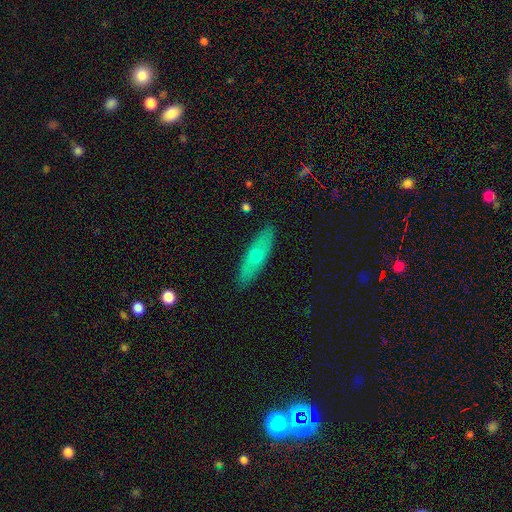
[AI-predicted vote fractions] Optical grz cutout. It shows a smooth galaxy with no disk features (52%) that is cigar-shaped (58%). Merging: none (88%).